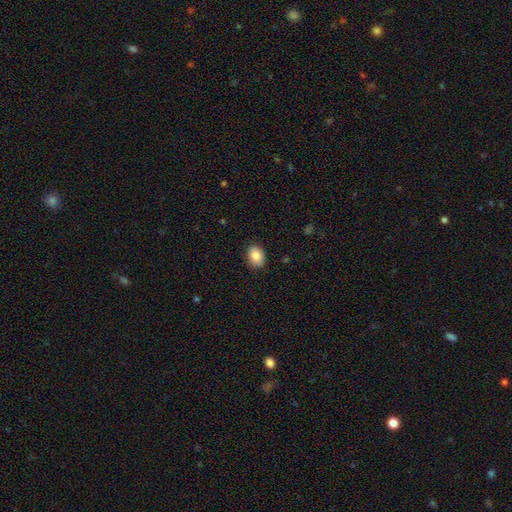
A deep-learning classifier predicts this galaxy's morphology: Smooth or featured?
  - smooth: 86% *
  - star or artifact: 8%
  - featured or disk: 6%
How rounded?
  - in between: 70% *
  - round: 29%
  - cigar-shaped: 1%
Merging?
  - none: 88% *
  - minor disturbance: 9%
  - major disturbance: 2%
  - merger: 1%